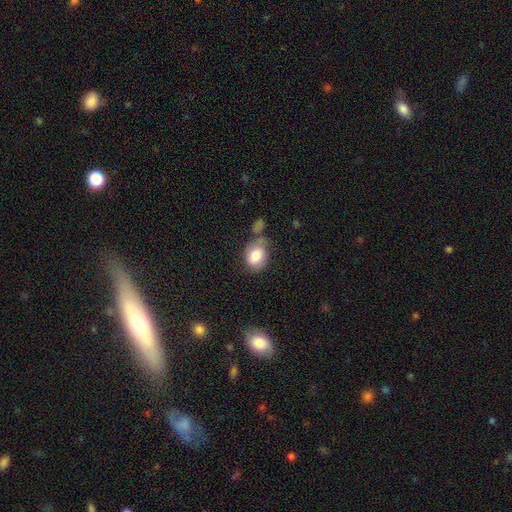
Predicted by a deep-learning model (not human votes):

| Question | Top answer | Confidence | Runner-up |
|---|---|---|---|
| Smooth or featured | smooth | 82% | featured or disk (11%) |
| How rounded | in between | 62% | round (37%) |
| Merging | none | 50% | minor disturbance (23%) |